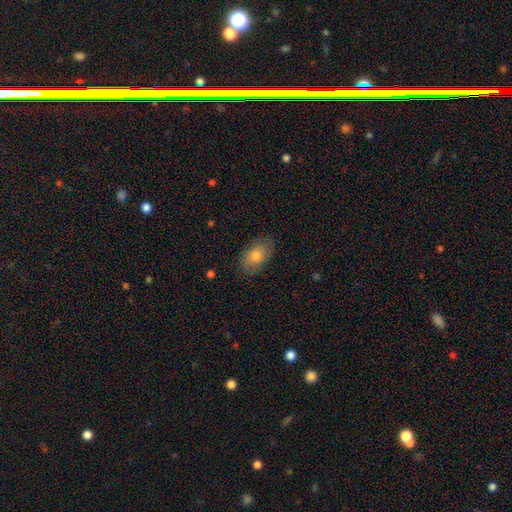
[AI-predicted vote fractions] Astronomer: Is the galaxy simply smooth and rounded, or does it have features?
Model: smooth — 72%.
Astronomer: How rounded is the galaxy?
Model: in between — 89%.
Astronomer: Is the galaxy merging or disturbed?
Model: none — 79%.